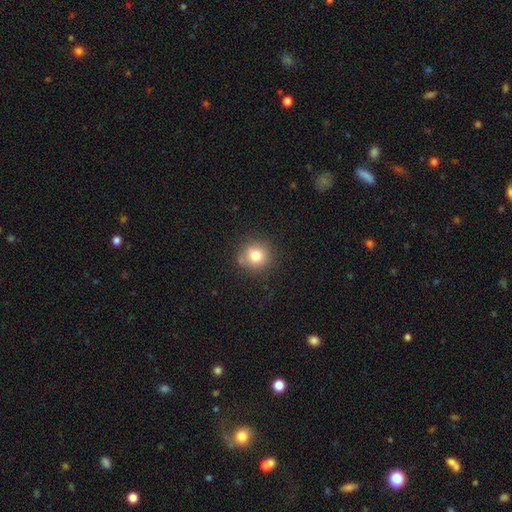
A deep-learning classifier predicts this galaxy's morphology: A smooth galaxy with no disk features (78%) that is round (91%).

Vote fractions:
- Smooth or featured? smooth: 78% / star or artifact: 12% / featured or disk: 9%
- How rounded? round: 91% / in between: 8% / cigar-shaped: 1%
- Merging? none: 80% / minor disturbance: 12% / merger: 4% / major disturbance: 4%